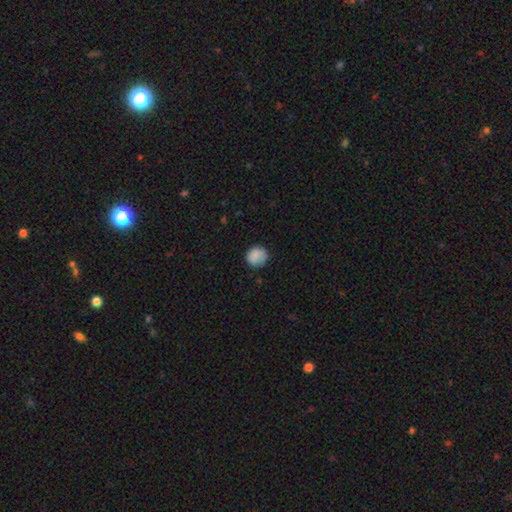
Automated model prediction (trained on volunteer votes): A smooth galaxy with no disk features (85%) that is round (88%).

Vote fractions:
- Smooth or featured? smooth: 85% / star or artifact: 8% / featured or disk: 7%
- How rounded? round: 88% / in between: 11% / cigar-shaped: 1%
- Merging? none: 76% / minor disturbance: 18% / major disturbance: 4% / merger: 1%